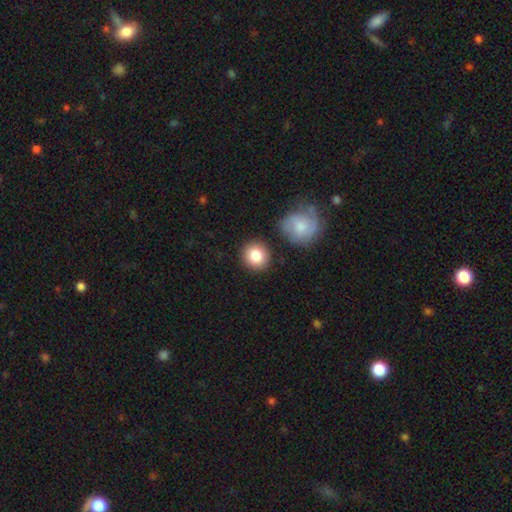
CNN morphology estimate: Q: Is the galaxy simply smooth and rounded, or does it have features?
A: smooth — 85%.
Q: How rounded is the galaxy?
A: round — 90%.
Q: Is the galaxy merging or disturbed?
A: none — 84%.